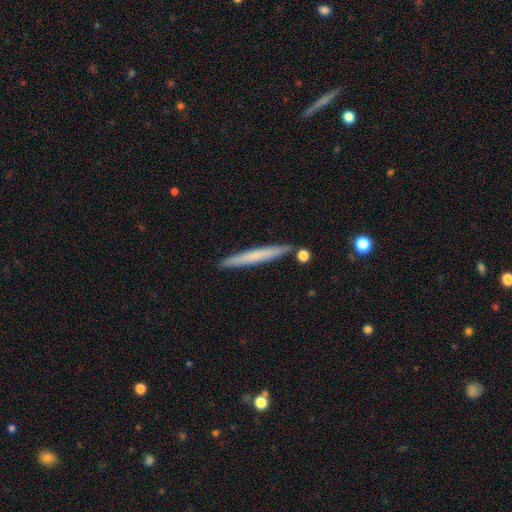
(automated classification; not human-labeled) Morphology: type=smooth (61%); roundness=cigar-shaped (97%); merging=none (88%).